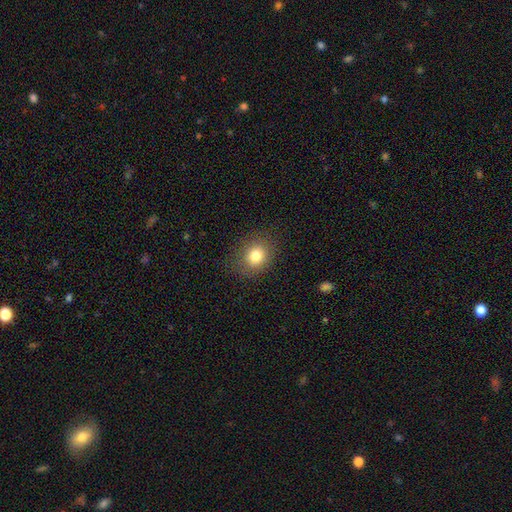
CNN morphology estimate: A smooth galaxy with no disk features (80%) that is round (67%). Merging: none (85%).